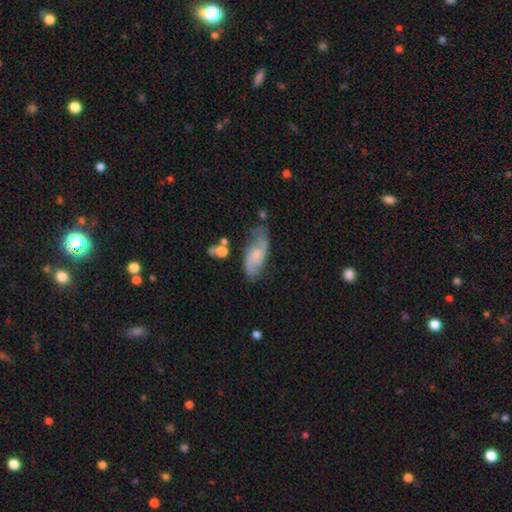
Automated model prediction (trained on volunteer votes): A featured or disk galaxy (52%). Merging: none (62%).